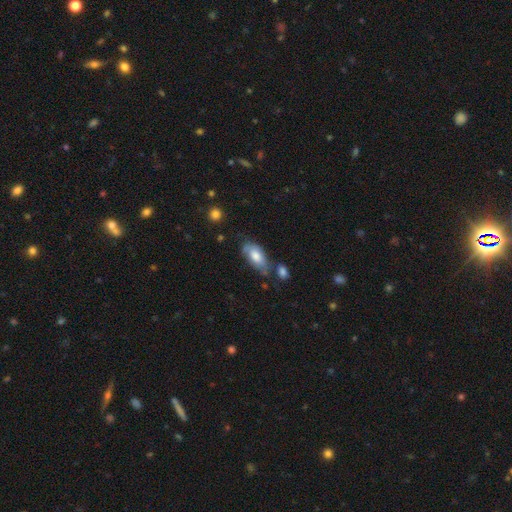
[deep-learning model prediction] Smooth or featured? smooth (67%)
How rounded? in between (90%)
Merging? none (47%)